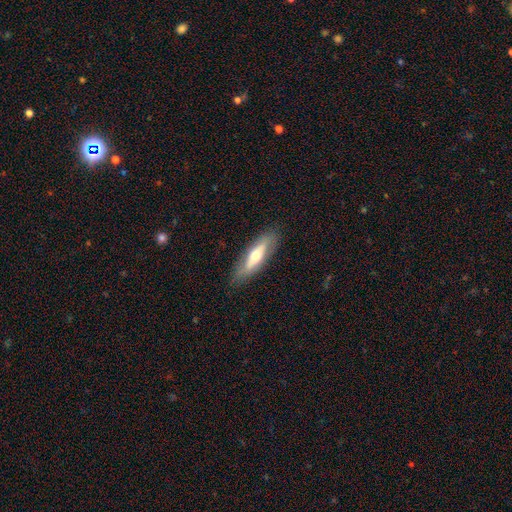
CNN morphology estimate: type=smooth (48%); merging=none (84%).